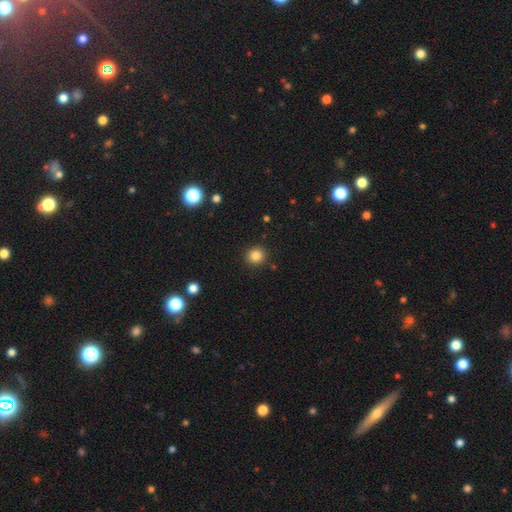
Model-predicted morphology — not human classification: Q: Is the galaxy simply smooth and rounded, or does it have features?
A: smooth — 84%.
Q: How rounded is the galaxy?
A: round — 90%.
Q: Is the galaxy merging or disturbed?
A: none — 90%.